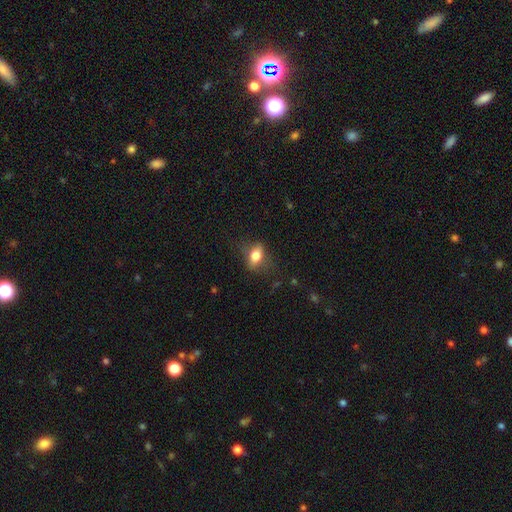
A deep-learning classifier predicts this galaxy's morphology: This appears to be a smooth galaxy with no disk features (74%) that is in between round and cigar-shaped (77%). Merging: none (68%).